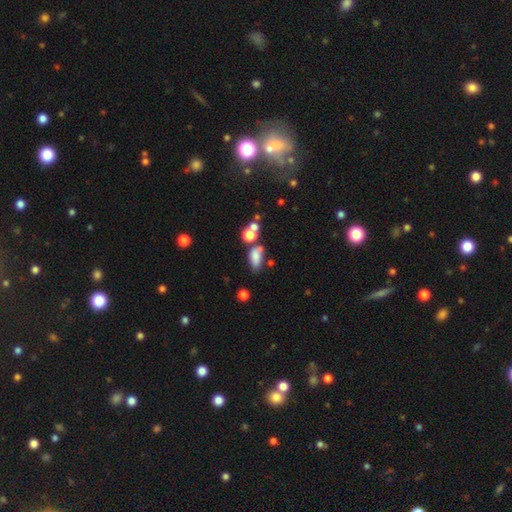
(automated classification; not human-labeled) smooth_or_featured: smooth (p=0.70) [alt: featured or disk p=0.16]
how_rounded: in between (p=0.83) [alt: round p=0.11]
merging: none (p=0.37) [alt: merger p=0.25]